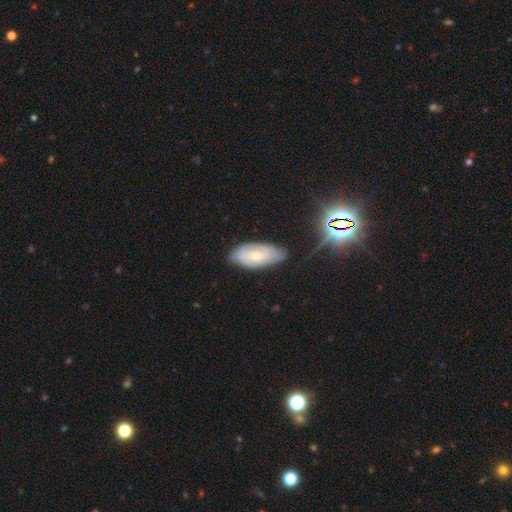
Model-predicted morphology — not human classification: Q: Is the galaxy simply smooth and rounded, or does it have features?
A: smooth — 46%.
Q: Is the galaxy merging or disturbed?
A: none — 71%.